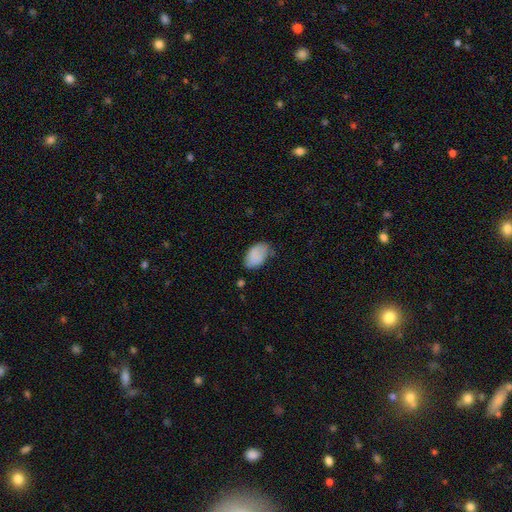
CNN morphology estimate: Overall: smooth (85%). How rounded: in between (92%). Merging: none (61%; minor disturbance 29%).